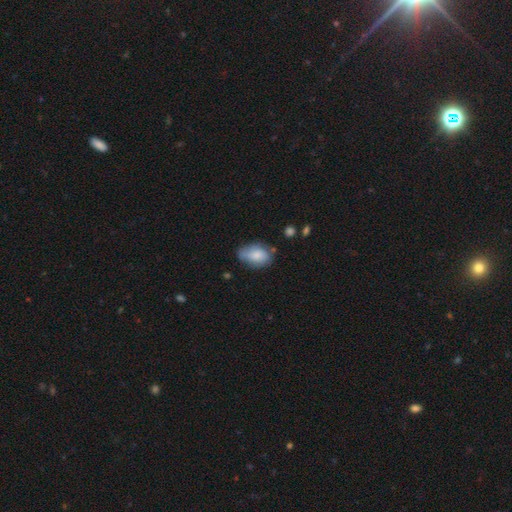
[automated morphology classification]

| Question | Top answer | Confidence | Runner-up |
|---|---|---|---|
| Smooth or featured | smooth | 75% | featured or disk (18%) |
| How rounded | in between | 87% | round (11%) |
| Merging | none | 52% | minor disturbance (33%) |